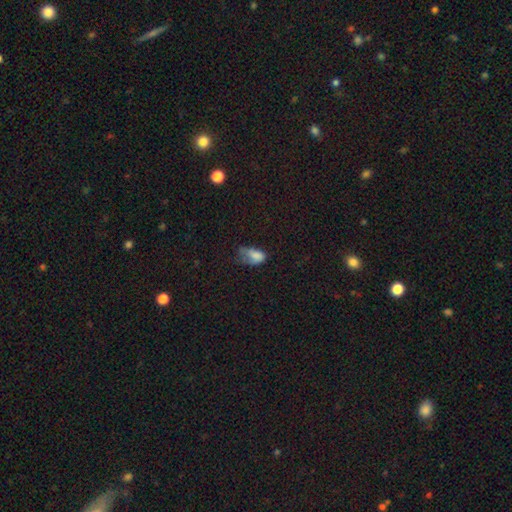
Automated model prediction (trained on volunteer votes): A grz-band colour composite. It shows a smooth galaxy with no disk features (74%) that is in between round and cigar-shaped (88%). Merging: major disturbance (38%).